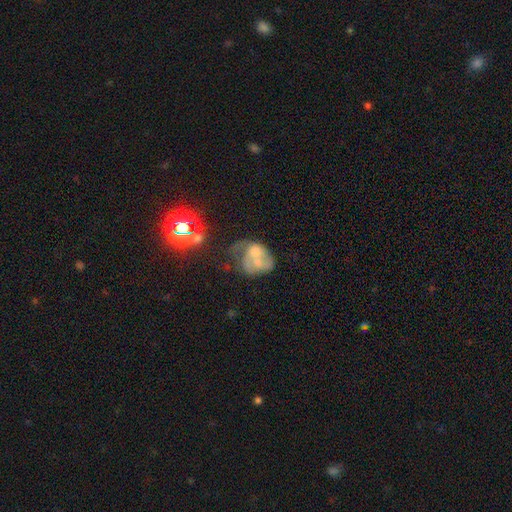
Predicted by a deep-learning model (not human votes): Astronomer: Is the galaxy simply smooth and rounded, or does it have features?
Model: featured or disk — 48% (runner-up: smooth, 40%).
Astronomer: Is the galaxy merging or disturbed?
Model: merger — 39% (runner-up: major disturbance, 26%).